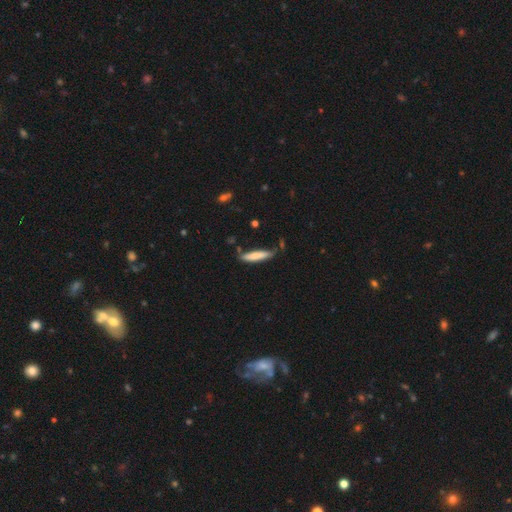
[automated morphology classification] A smooth galaxy with no disk features (74%) that is cigar-shaped (86%).

Vote fractions:
- Smooth or featured? smooth: 74% / featured or disk: 20% / star or artifact: 6%
- How rounded? cigar-shaped: 86% / in between: 13% / round: 1%
- Merging? none: 73% / minor disturbance: 19% / merger: 5% / major disturbance: 3%